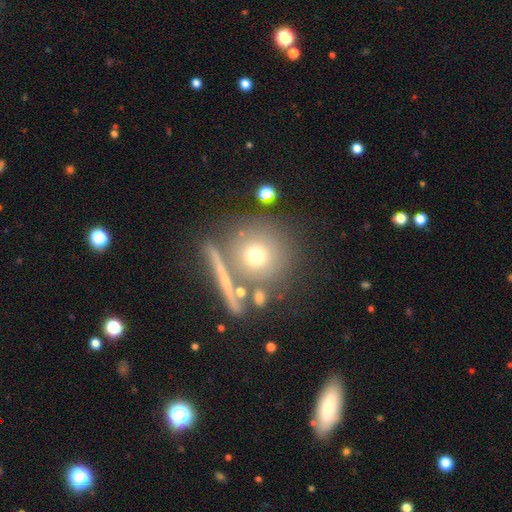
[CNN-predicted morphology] Q: Smooth or featured?
A: smooth (65%); runner-up: featured or disk (21%)
Q: How rounded?
A: round (93%); runner-up: in between (6%)
Q: Merging?
A: none (71%); runner-up: merger (13%)